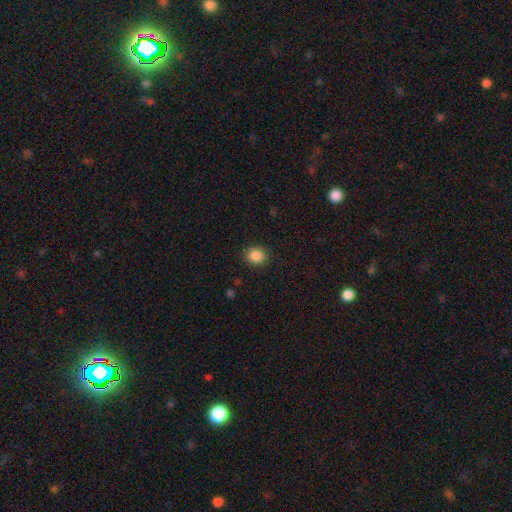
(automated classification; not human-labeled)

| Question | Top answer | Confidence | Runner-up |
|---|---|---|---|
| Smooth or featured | smooth | 87% | star or artifact (10%) |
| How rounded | round | 80% | in between (19%) |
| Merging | none | 89% | minor disturbance (7%) |